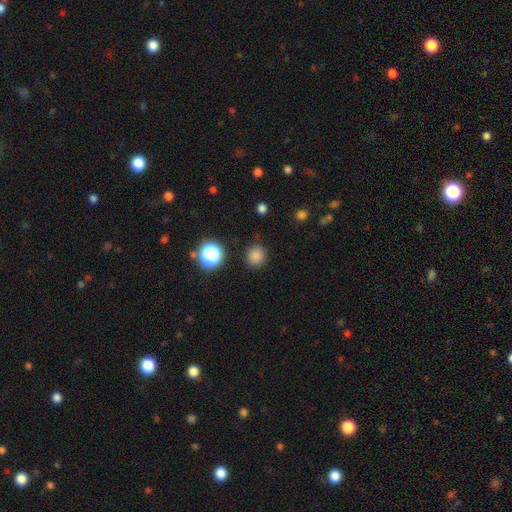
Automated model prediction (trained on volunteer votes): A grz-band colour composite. It shows a smooth galaxy with no disk features (81%) that is round (88%). Merging: none (87%).